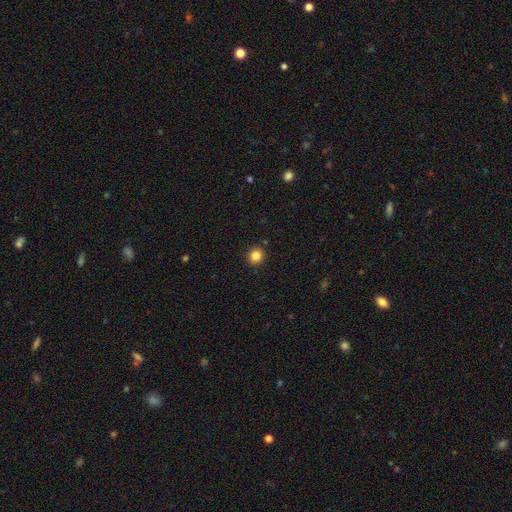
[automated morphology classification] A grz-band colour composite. It shows a smooth galaxy with no disk features (84%) that is round (90%). Merging: none (91%).